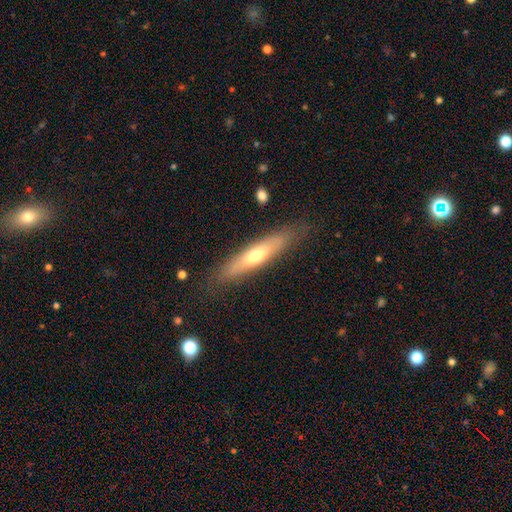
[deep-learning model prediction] This appears to be a smooth galaxy with no disk features (53%) that is cigar-shaped (78%). Merging: none (82%).